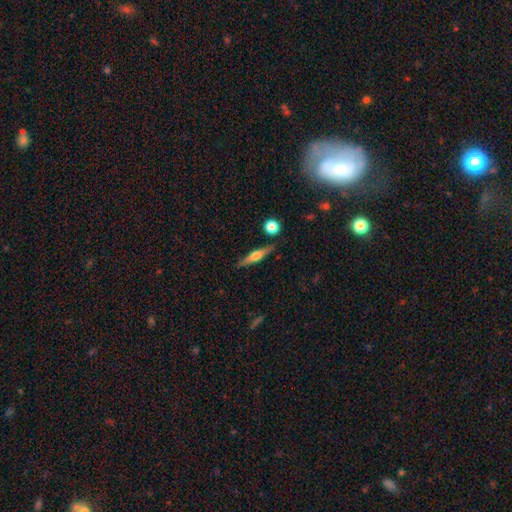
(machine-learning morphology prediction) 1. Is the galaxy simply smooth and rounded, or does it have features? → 59% featured or disk, 34% smooth, 7% star or artifact.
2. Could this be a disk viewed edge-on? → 96% yes, 4% no.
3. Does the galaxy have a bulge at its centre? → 85% rounded, 10% boxy, 5% none.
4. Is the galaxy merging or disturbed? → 86% none, 9% minor disturbance, 3% merger, 2% major disturbance.